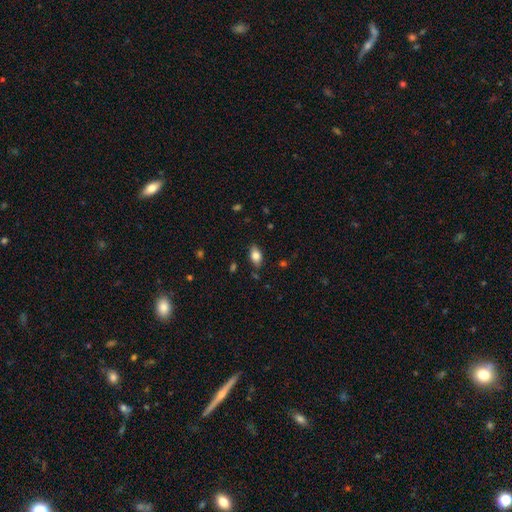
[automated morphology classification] Q: Smooth or featured?
A: smooth (79%); runner-up: featured or disk (13%)
Q: How rounded?
A: in between (89%); runner-up: round (7%)
Q: Merging?
A: none (83%); runner-up: minor disturbance (13%)